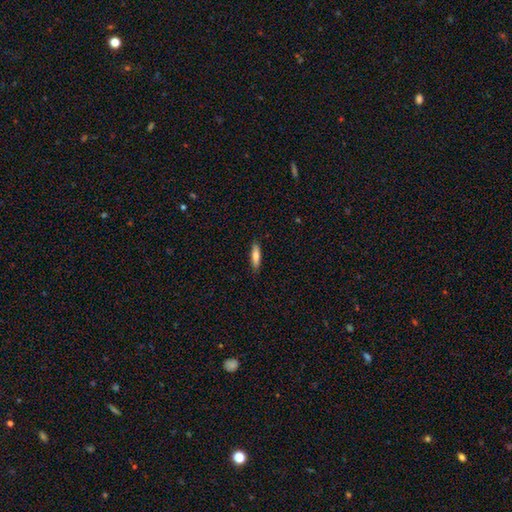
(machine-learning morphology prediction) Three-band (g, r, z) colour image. It shows a smooth galaxy with no disk features (77%) that is cigar-shaped (67%). Merging: none (89%).